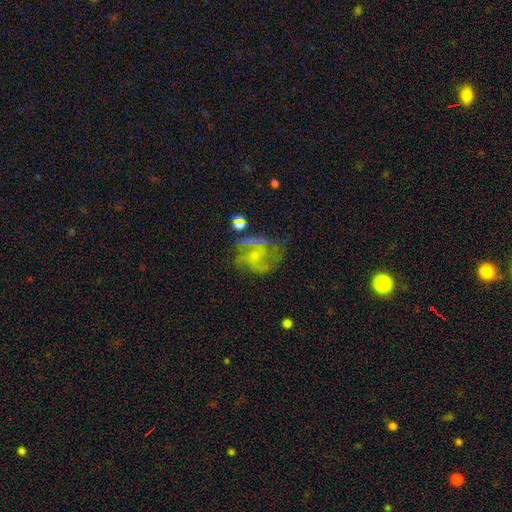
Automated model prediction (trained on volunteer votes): Q: Smooth or featured?
A: featured or disk (65%); runner-up: smooth (22%)
Q: Edge-on disk?
A: no (98%); runner-up: yes (2%)
Q: Bar?
A: no (69%); runner-up: weak (26%)
Q: Spiral arms?
A: yes (75%); runner-up: no (25%)
Q: Bulge size?
A: small (51%); runner-up: none (26%)
Q: Merging?
A: none (41%); runner-up: major disturbance (31%)